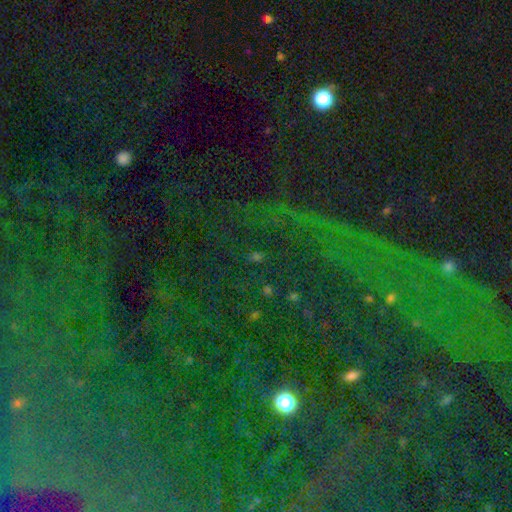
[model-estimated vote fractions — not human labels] A star or artifact, not a galaxy (72%).

Vote fractions:
- Smooth or featured? star or artifact: 72% / smooth: 17% / featured or disk: 10%